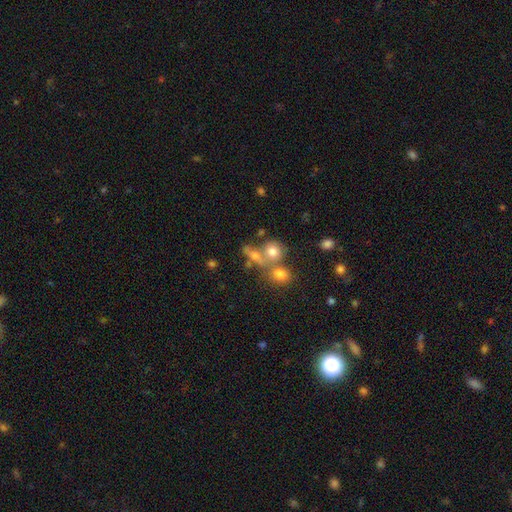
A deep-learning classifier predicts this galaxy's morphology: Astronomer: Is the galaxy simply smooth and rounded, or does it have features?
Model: smooth — 57%.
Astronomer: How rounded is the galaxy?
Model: round — 60%.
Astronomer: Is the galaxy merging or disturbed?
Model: none — 43% (runner-up: merger, 38%).